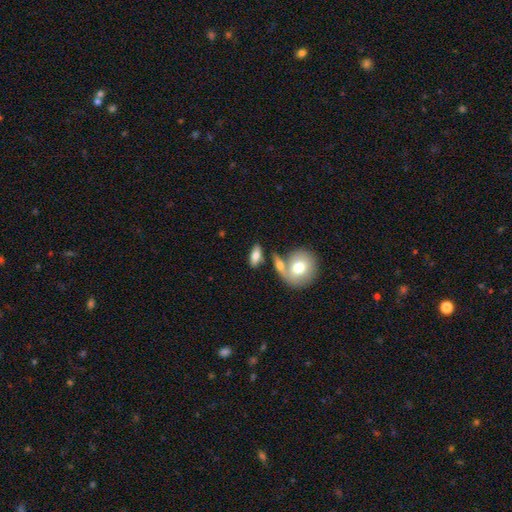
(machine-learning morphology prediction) Q: Smooth or featured?
A: smooth (72%); runner-up: featured or disk (21%)
Q: How rounded?
A: in between (73%); runner-up: cigar-shaped (20%)
Q: Merging?
A: none (61%); runner-up: merger (22%)